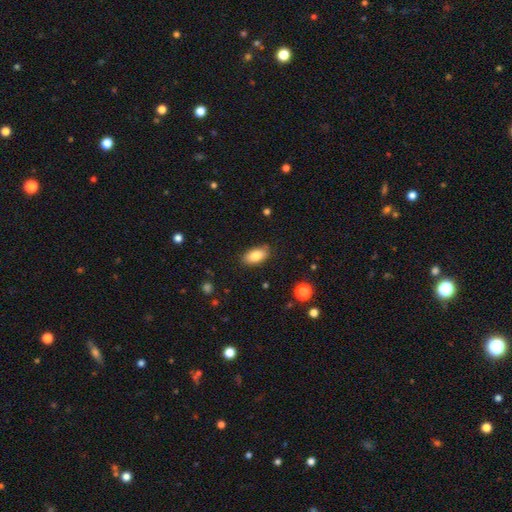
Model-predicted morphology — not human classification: The model was most divided on "merging": none: 84%, minor disturbance: 12%, major disturbance: 3%, merger: 1%. More confident: how rounded — in between (91%); smooth or featured — smooth (84%).